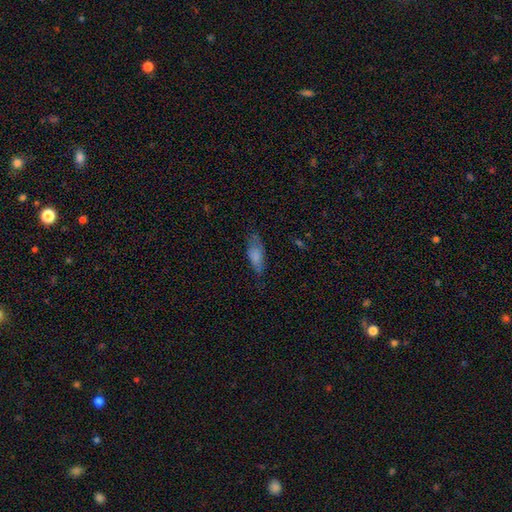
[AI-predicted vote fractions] Smooth or featured: smooth — 75% (featured or disk — 17%)
How rounded: in between — 72% (cigar-shaped — 26%)
Merging: none — 59% (minor disturbance — 28%)